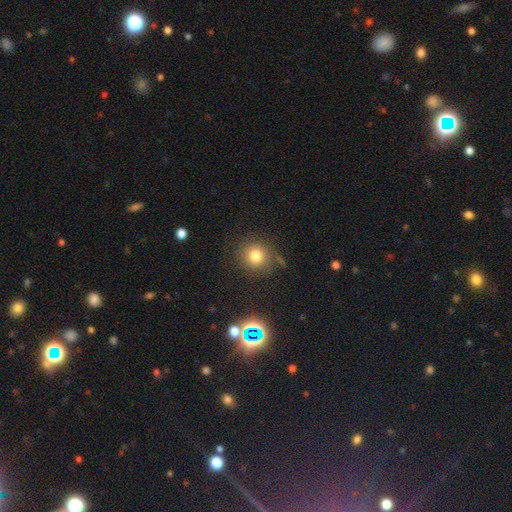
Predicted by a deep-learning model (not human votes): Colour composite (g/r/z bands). It shows a smooth galaxy with no disk features (78%) that is round (90%). Merging: none (81%).